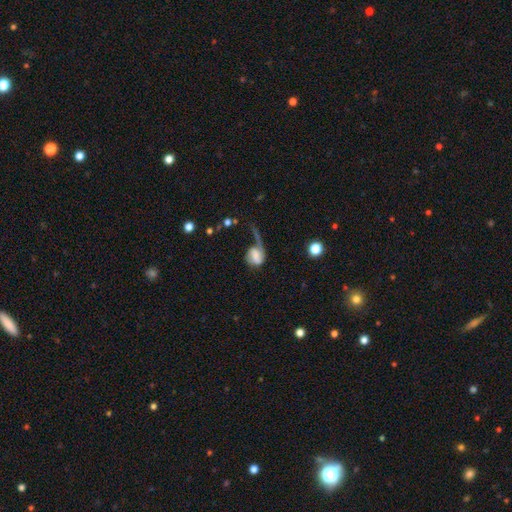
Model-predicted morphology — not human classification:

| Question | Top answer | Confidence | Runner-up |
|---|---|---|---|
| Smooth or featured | featured or disk | 50% | smooth (41%) |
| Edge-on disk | no | 96% | yes (4%) |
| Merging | major disturbance | 51% | none (24%) |